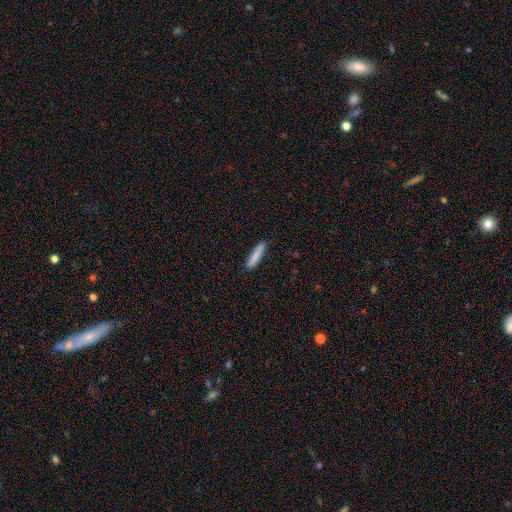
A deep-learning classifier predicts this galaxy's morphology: Smooth or featured? Predicted: smooth (p=0.85). How rounded? Predicted: cigar-shaped (p=0.86). Merging? Predicted: none (p=0.87).